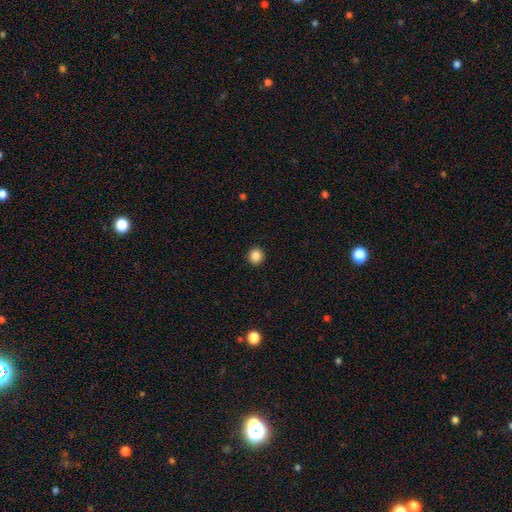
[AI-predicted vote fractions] smooth_or_featured: smooth (p=0.86) [alt: star or artifact p=0.10]
how_rounded: round (p=0.93) [alt: in between p=0.06]
merging: none (p=0.93) [alt: minor disturbance p=0.04]